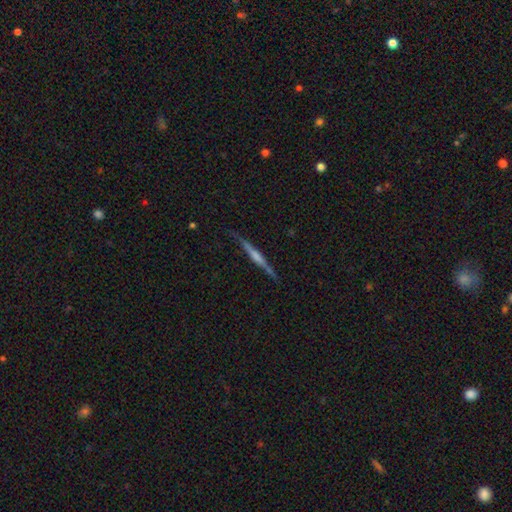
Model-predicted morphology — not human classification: Q: Smooth or featured?
A: featured or disk (72%); runner-up: smooth (19%)
Q: Edge-on disk?
A: yes (97%); runner-up: no (3%)
Q: Edge-on bulge?
A: rounded (68%); runner-up: none (21%)
Q: Merging?
A: none (87%); runner-up: minor disturbance (9%)